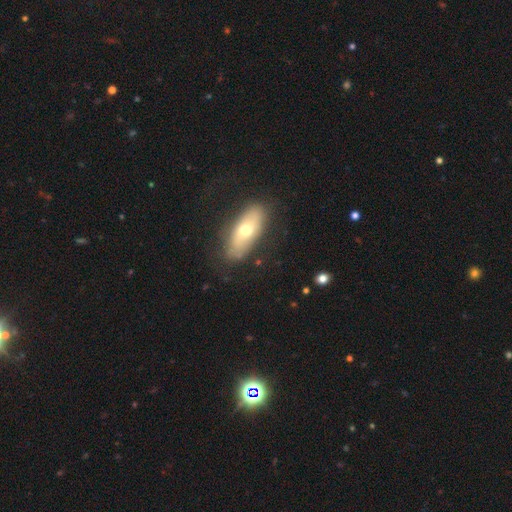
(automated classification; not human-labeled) smooth-or-featured: featured or disk: 43% (tied) | smooth: 43% (tied) | star or artifact: 14%
  merging: none: 80% | minor disturbance: 12% | major disturbance: 5% | merger: 2%